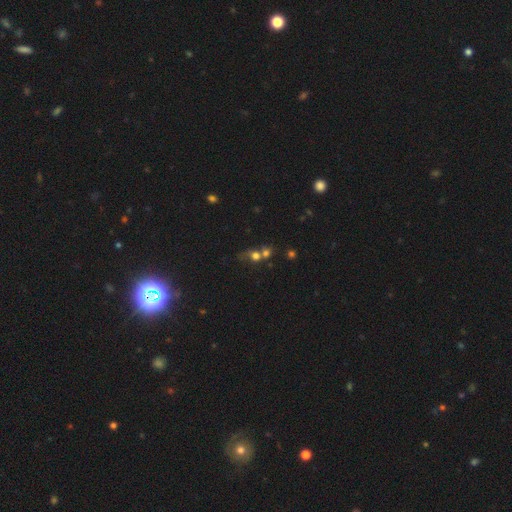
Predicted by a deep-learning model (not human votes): A smooth galaxy with no disk features (62%) that is round (76%).

Vote fractions:
- Smooth or featured? smooth: 62% / star or artifact: 20% / featured or disk: 17%
- How rounded? round: 76% / in between: 21% / cigar-shaped: 2%
- Merging? merger: 54% / none: 29% / minor disturbance: 9% / major disturbance: 8%